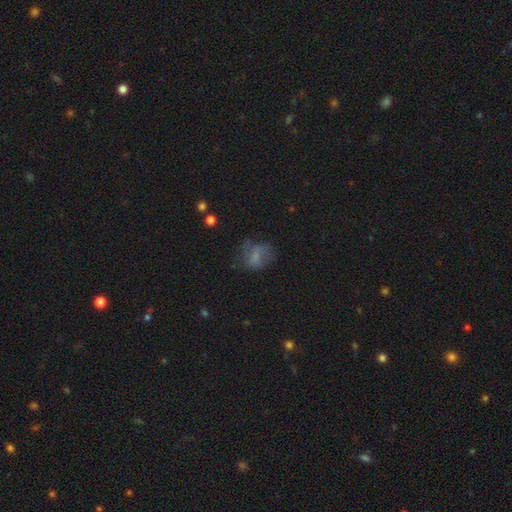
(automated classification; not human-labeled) Smooth or featured: smooth — 51% (featured or disk — 34%)
How rounded: in between — 54% (round — 44%)
Merging: none — 46% (major disturbance — 27%)